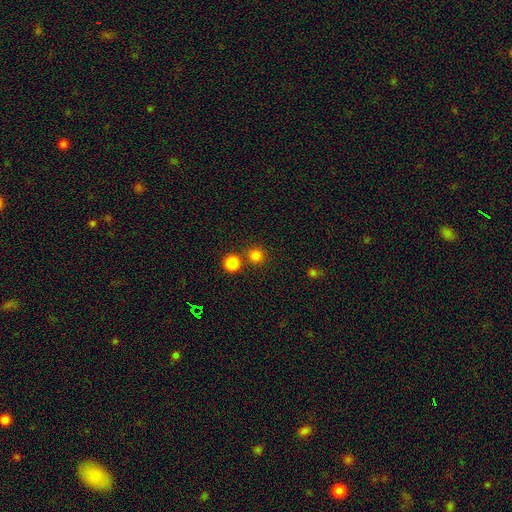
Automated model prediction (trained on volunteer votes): Smooth or featured?
  - smooth: 81% *
  - star or artifact: 15%
  - featured or disk: 4%
How rounded?
  - round: 92% *
  - in between: 7%
  - cigar-shaped: 1%
Merging?
  - none: 73% *
  - merger: 18%
  - minor disturbance: 6%
  - major disturbance: 3%